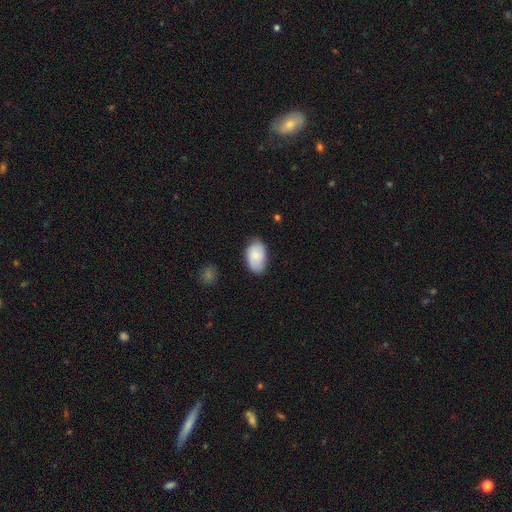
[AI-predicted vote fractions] smooth_or_featured: smooth (p=0.71) [alt: featured or disk p=0.22]
how_rounded: in between (p=0.92) [alt: round p=0.07]
merging: none (p=0.71) [alt: minor disturbance p=0.23]